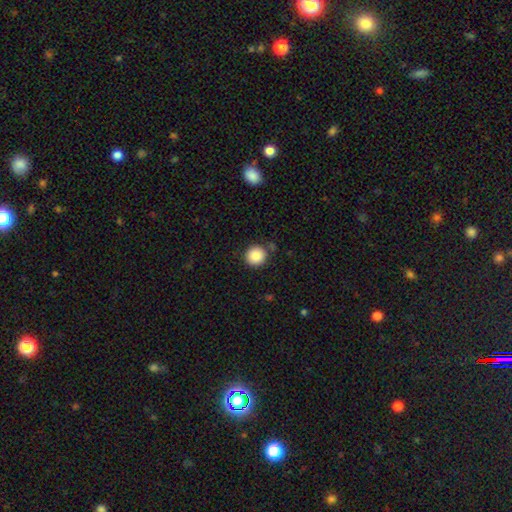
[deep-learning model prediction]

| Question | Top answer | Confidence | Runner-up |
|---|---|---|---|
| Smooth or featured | smooth | 86% | star or artifact (9%) |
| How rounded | round | 94% | in between (5%) |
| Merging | none | 85% | minor disturbance (8%) |